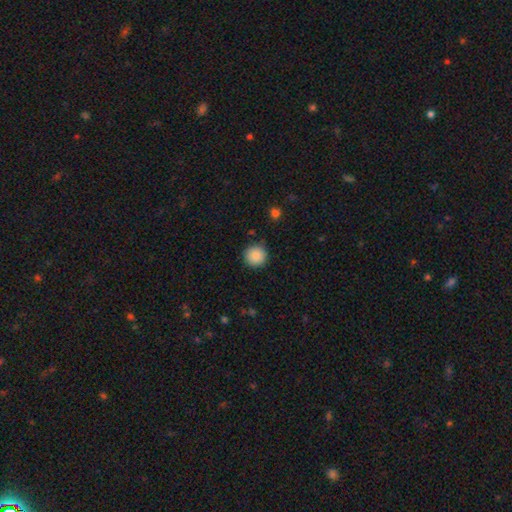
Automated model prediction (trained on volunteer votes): Smooth or featured?
  - smooth: 88% *
  - star or artifact: 8%
  - featured or disk: 4%
How rounded?
  - round: 95% *
  - in between: 4%
  - cigar-shaped: 1%
Merging?
  - none: 89% *
  - minor disturbance: 8%
  - major disturbance: 2%
  - merger: 1%